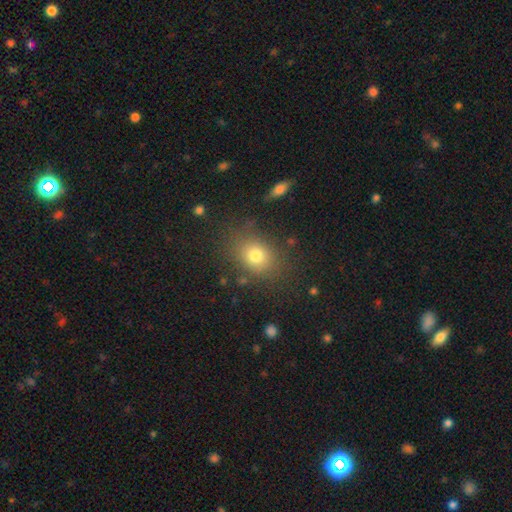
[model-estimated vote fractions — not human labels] This appears to be a smooth galaxy with no disk features (75%) that is in between round and cigar-shaped (54%). Merging: none (79%).